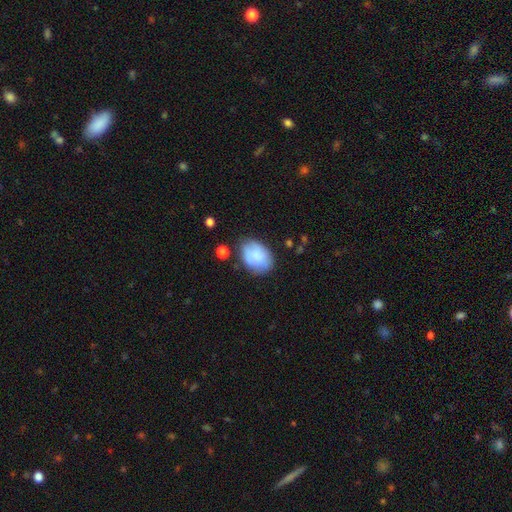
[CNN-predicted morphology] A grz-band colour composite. It shows a smooth galaxy with no disk features (75%) that is in between round and cigar-shaped (74%). Merging: none (66%).